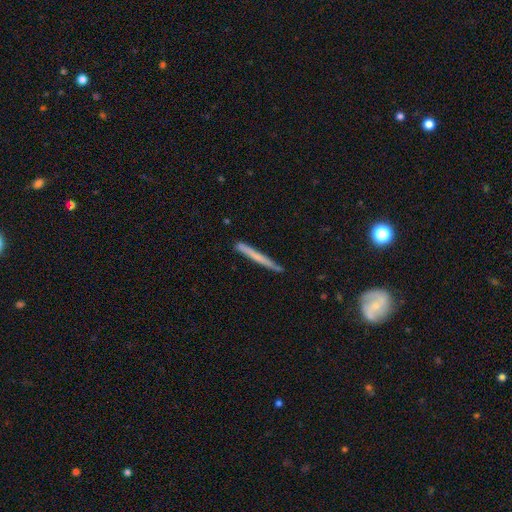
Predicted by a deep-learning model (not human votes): Overall: smooth (56%; featured or disk 39%). How rounded: cigar-shaped (97%). Merging: none (88%).